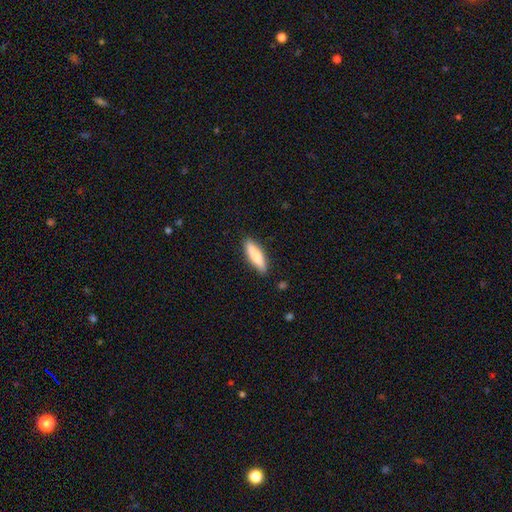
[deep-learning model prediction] Morphology: type=smooth (77%); roundness=cigar-shaped (67%); merging=none (87%).